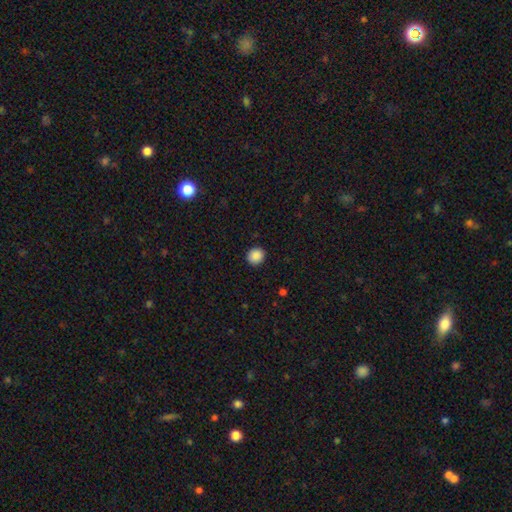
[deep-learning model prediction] The model was most divided on "how rounded": round: 88%, in between: 11%, cigar-shaped: 1%. More confident: merging — none (91%); smooth or featured — smooth (88%).